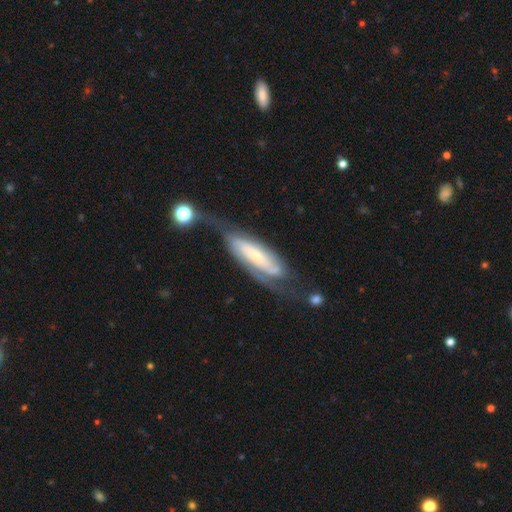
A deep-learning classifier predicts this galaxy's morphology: smooth-or-featured: featured or disk: 74% | smooth: 19% | star or artifact: 6%
  disk-edge-on: no: 82% | yes: 18%
    bar: no: 47% | weak: 29% | strong: 24%
    has-spiral-arms: yes: 91% | no: 9%
      spiral-winding: tight: 44% | medium: 37% | loose: 19%
      spiral-arm-count: 2: 65% | can't tell: 21% | 1: 6% | 3: 4% | 4: 2% | more than 4: 1%
    bulge-size: small: 59% | moderate: 23% | none: 8% | large: 7% | dominant: 3%
  merging: none: 45% | major disturbance: 24% | minor disturbance: 24% | merger: 7%